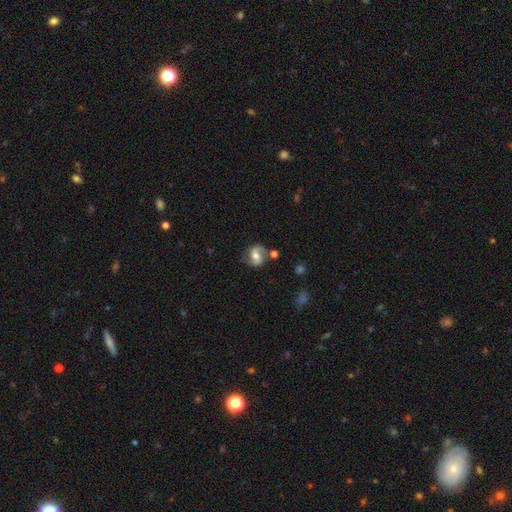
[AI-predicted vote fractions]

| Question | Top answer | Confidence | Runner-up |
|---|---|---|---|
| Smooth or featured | featured or disk | 58% | smooth (34%) |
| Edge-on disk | no | 97% | yes (3%) |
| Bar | weak | 40% | no (39%) |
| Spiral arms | yes | 85% | no (15%) |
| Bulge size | moderate | 67% | small (16%) |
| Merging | none | 66% | minor disturbance (19%) |